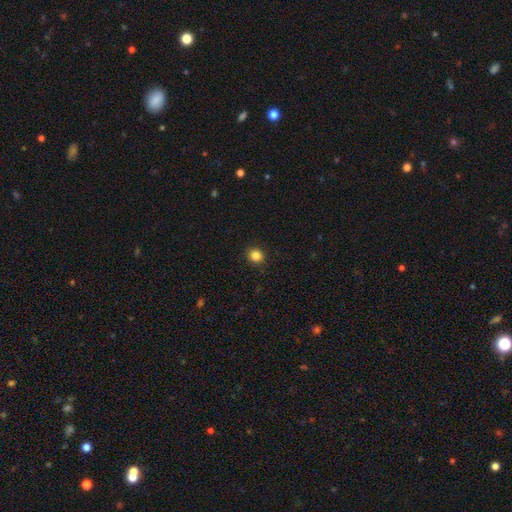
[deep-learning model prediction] This is clearly a smooth galaxy (85%). How rounded: clearly round (86%). Merging: clearly none (91%).